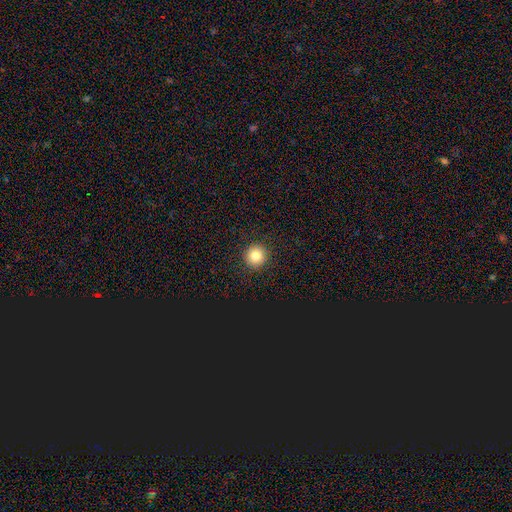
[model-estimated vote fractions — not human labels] Smooth or featured? smooth (82%)
How rounded? round (95%)
Merging? none (93%)